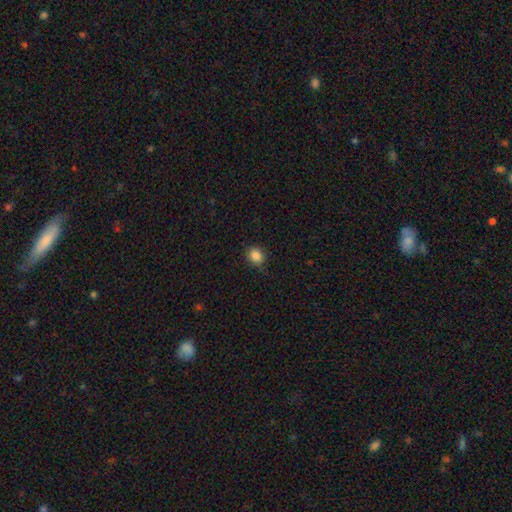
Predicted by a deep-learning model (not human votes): The model was most divided on "how rounded": round: 67%, in between: 32%, cigar-shaped: 1%. More confident: smooth or featured — smooth (86%); merging — none (83%).